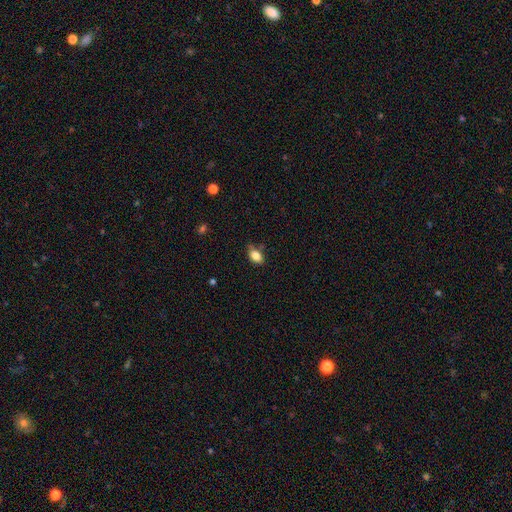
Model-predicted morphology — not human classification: The model was most divided on "merging": none: 69%, minor disturbance: 23%, major disturbance: 4%, merger: 3%. More confident: how rounded — in between (85%); smooth or featured — smooth (84%).